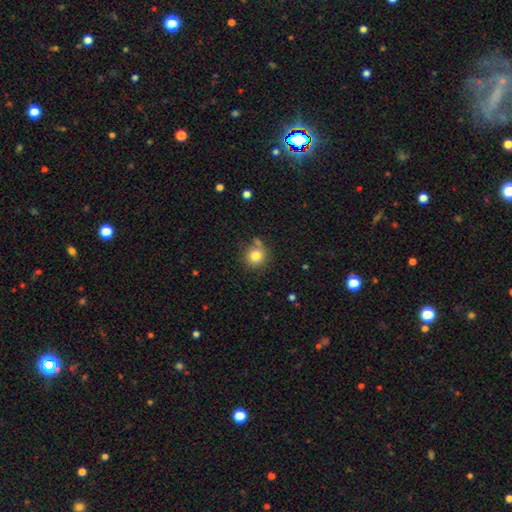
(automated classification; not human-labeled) The model was most divided on "merging": none: 71%, minor disturbance: 15%, merger: 10%, major disturbance: 5%. More confident: how rounded — round (90%); smooth or featured — smooth (81%).